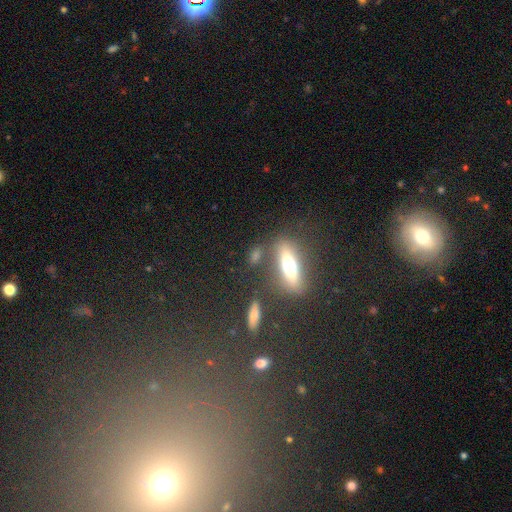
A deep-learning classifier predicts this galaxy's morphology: Smooth or featured? smooth (60%)
How rounded? cigar-shaped (53%)
Merging? none (71%)